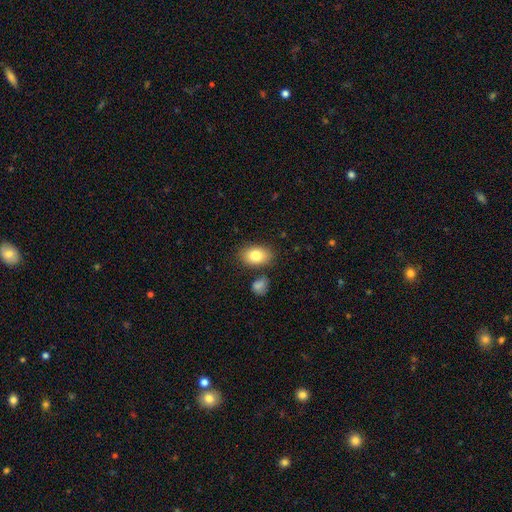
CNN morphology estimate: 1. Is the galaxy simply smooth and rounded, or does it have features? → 83% smooth, 10% featured or disk, 8% star or artifact.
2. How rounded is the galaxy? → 84% in between, 14% round, 1% cigar-shaped.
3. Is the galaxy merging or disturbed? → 78% none, 12% minor disturbance, 6% merger, 3% major disturbance.